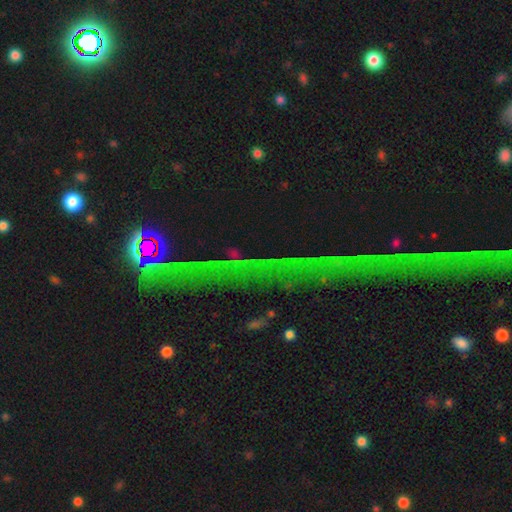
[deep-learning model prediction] Q: Smooth or featured?
A: star or artifact (75%); runner-up: featured or disk (14%)